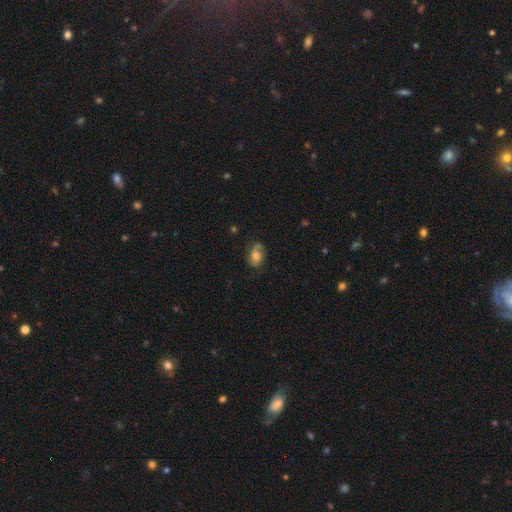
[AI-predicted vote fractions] Smooth or featured: smooth — 62% (featured or disk — 28%)
How rounded: in between — 81% (round — 17%)
Merging: none — 60% (minor disturbance — 27%)